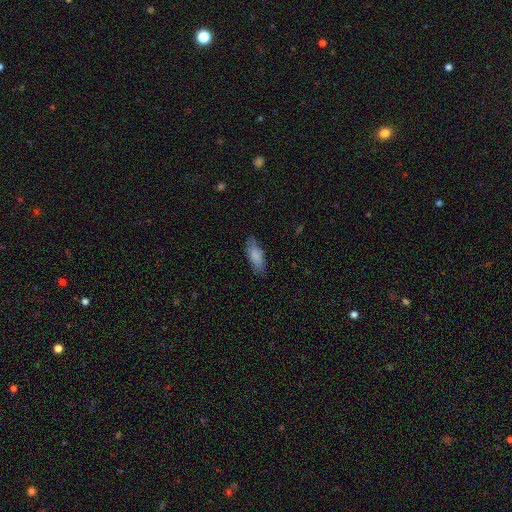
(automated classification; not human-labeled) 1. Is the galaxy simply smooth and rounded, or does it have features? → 83% smooth, 10% featured or disk, 6% star or artifact.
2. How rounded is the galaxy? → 65% in between, 33% cigar-shaped, 2% round.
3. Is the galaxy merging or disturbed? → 80% none, 15% minor disturbance, 3% major disturbance, 1% merger.